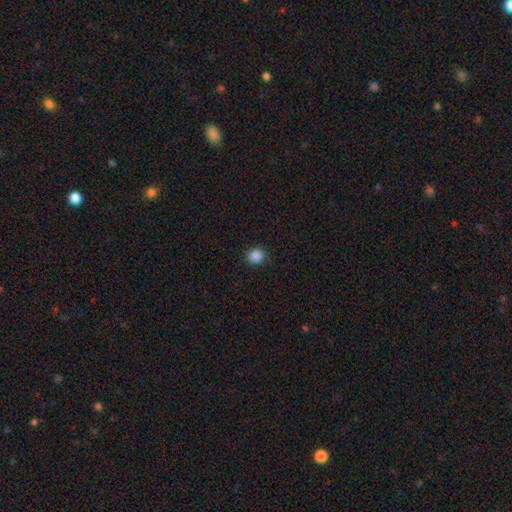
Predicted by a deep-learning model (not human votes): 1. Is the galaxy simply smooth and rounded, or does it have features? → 87% smooth, 10% star or artifact, 3% featured or disk.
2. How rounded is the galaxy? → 73% round, 26% in between, 1% cigar-shaped.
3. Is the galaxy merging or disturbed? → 89% none, 8% minor disturbance, 2% major disturbance, 1% merger.